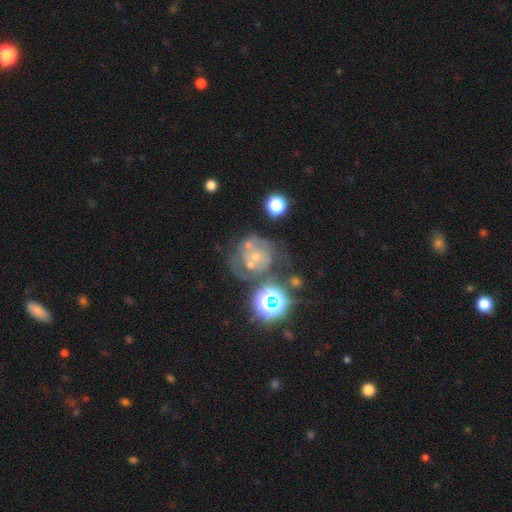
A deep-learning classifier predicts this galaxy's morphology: Smooth or featured? featured or disk (48%)
Merging? none (38%)